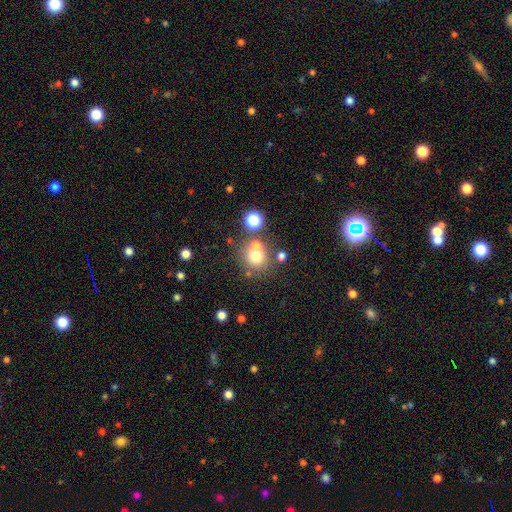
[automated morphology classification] Overall: smooth (68%). How rounded: round (89%). Merging: none (60%; merger 27%).